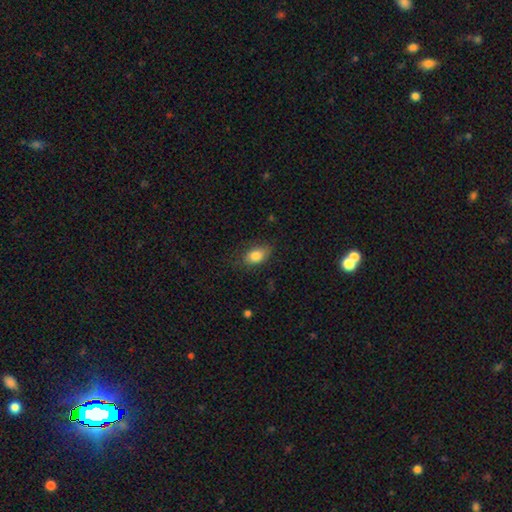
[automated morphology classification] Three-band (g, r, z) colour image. It shows a smooth galaxy with no disk features (82%) that is in between round and cigar-shaped (86%). Merging: none (73%).